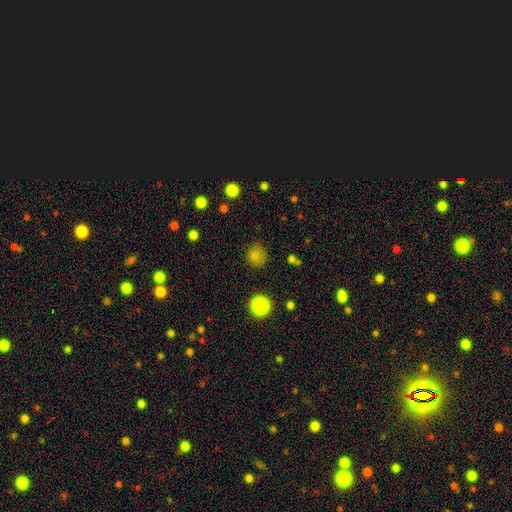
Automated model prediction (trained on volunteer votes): Smooth or featured? smooth (76%)
How rounded? round (84%)
Merging? none (75%)